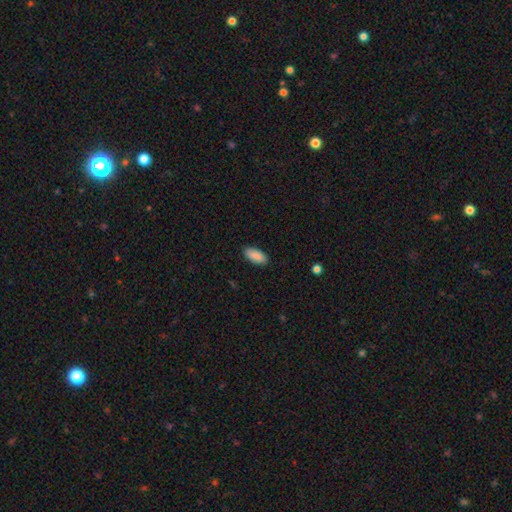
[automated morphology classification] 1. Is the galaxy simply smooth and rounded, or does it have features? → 91% smooth, 6% star or artifact, 3% featured or disk.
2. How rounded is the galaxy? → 91% in between, 8% cigar-shaped, 2% round.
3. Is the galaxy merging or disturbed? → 89% none, 8% minor disturbance, 2% major disturbance, 1% merger.